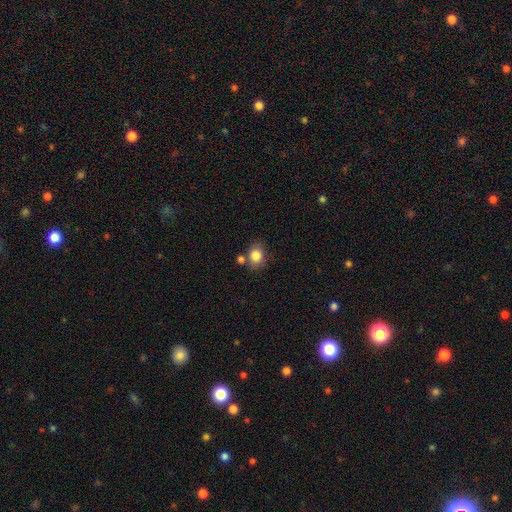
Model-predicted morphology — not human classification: Smooth or featured: smooth — 83% (star or artifact — 10%)
How rounded: round — 56% (in between — 43%)
Merging: none — 65% (minor disturbance — 16%)